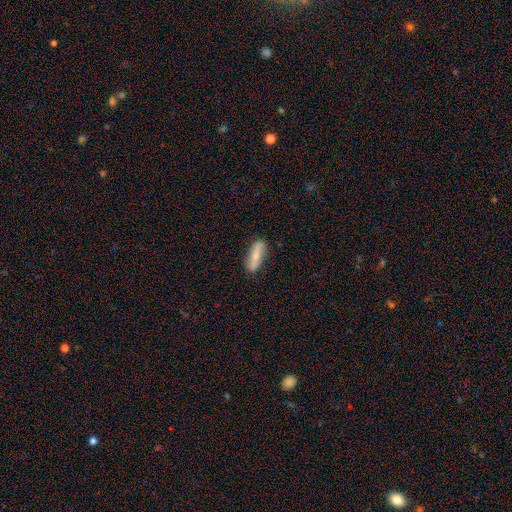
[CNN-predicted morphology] The model was most divided on "how rounded": in between: 49%, cigar-shaped: 48%, round: 3%. More confident: merging — none (84%); smooth or featured — smooth (57%).